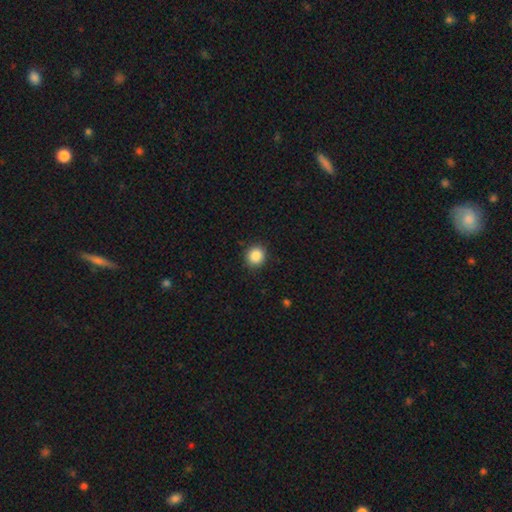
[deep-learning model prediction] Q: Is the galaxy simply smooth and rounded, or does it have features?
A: smooth — 87%.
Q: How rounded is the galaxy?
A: round — 87%.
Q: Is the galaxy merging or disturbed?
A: none — 90%.